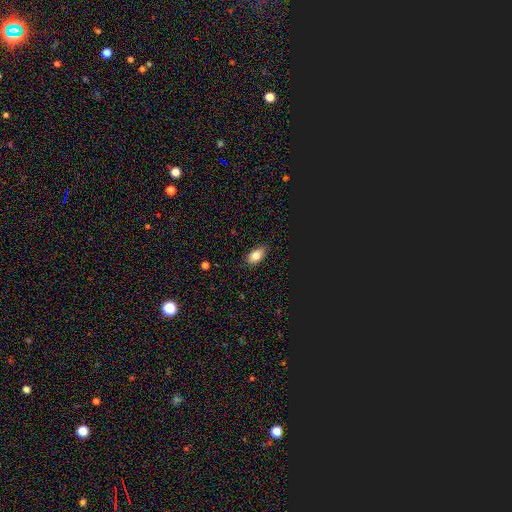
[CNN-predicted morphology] Q: Smooth or featured?
A: smooth (82%); runner-up: star or artifact (10%)
Q: How rounded?
A: in between (89%); runner-up: round (8%)
Q: Merging?
A: none (86%); runner-up: minor disturbance (11%)